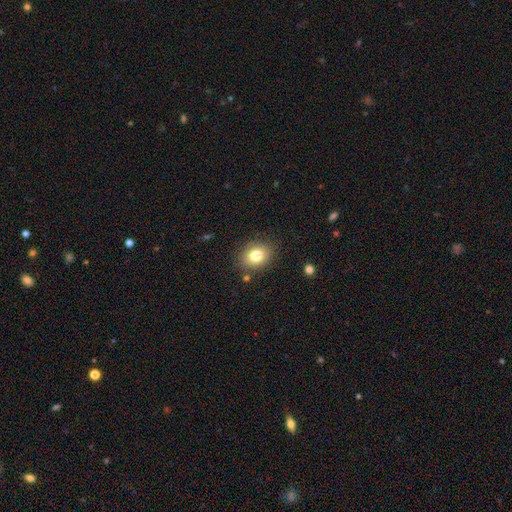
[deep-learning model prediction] This appears to be a smooth galaxy with no disk features (80%) that is in between round and cigar-shaped (54%). Merging: none (84%).